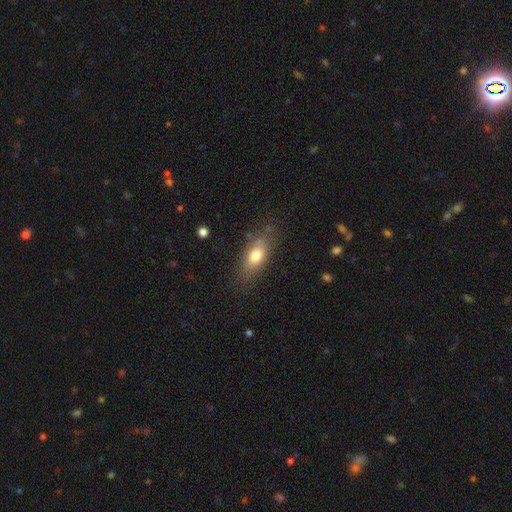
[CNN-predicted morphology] Smooth or featured? Predicted: smooth (p=0.74). How rounded? Predicted: in between (p=0.77). Merging? Predicted: none (p=0.73).